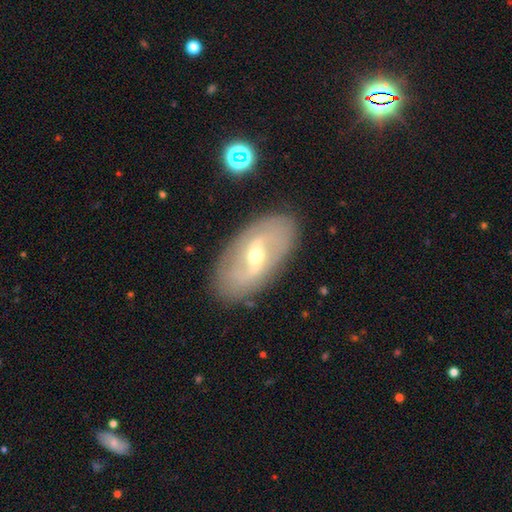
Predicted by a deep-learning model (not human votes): This appears to be a featured or disk galaxy (75%) with a weak bar (48%), spiral arms (69%) and a moderate central bulge (53%). Merging: none (84%).